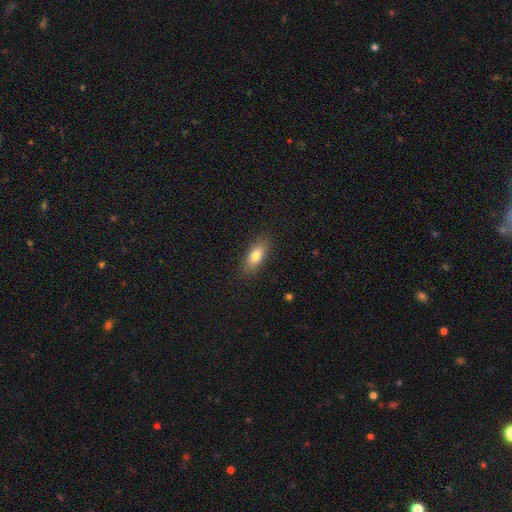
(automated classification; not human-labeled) This appears to be a smooth galaxy with no disk features (78%) that is in between round and cigar-shaped (78%). Merging: none (86%).